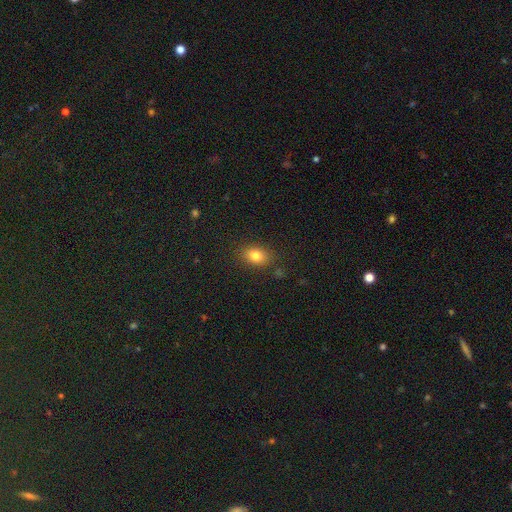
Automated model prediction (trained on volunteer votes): Q: Smooth or featured?
A: smooth (81%); runner-up: star or artifact (11%)
Q: How rounded?
A: in between (70%); runner-up: round (28%)
Q: Merging?
A: none (85%); runner-up: minor disturbance (11%)